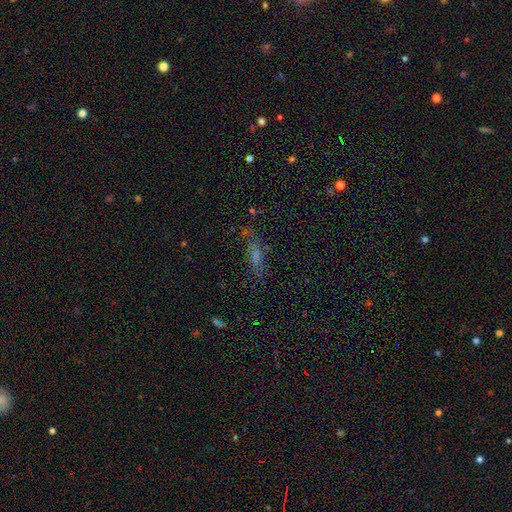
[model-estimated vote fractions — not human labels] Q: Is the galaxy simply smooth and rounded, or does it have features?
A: smooth — 34%.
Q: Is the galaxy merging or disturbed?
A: none — 69%.